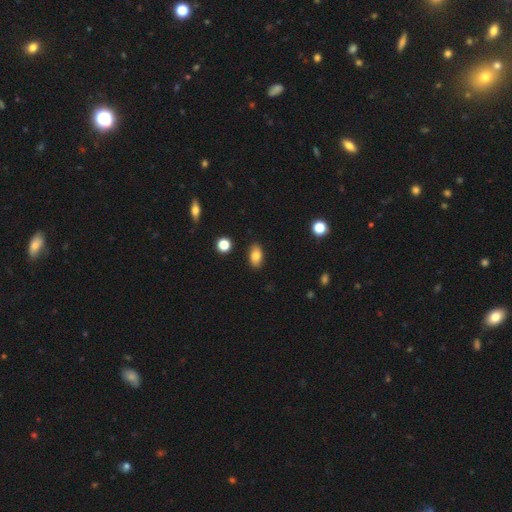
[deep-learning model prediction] Smooth or featured? smooth (81%)
How rounded? in between (90%)
Merging? none (86%)